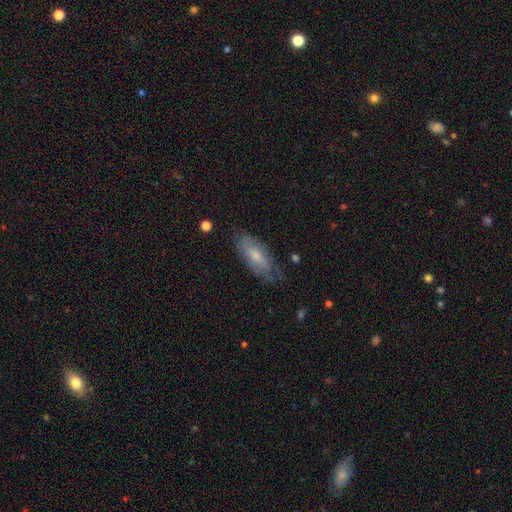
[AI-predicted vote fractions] A smooth galaxy with no disk features (60%) that is in between round and cigar-shaped (74%).

Vote fractions:
- Smooth or featured? smooth: 60% / featured or disk: 33% / star or artifact: 7%
- How rounded? in between: 74% / cigar-shaped: 23% / round: 2%
- Merging? none: 67% / minor disturbance: 24% / major disturbance: 7% / merger: 2%